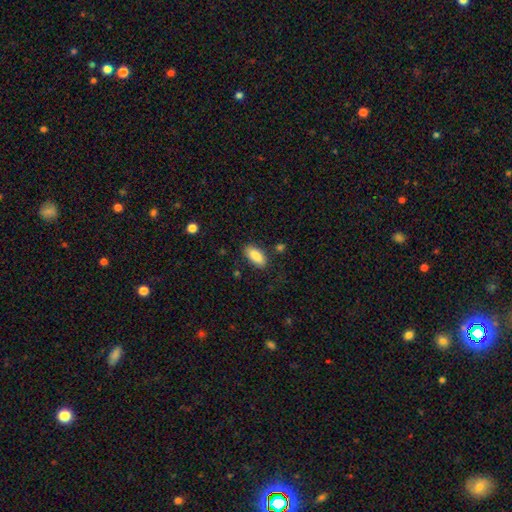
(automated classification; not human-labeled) Smooth or featured: smooth — 87% (featured or disk — 7%)
How rounded: in between — 83% (cigar-shaped — 15%)
Merging: none — 83% (minor disturbance — 12%)